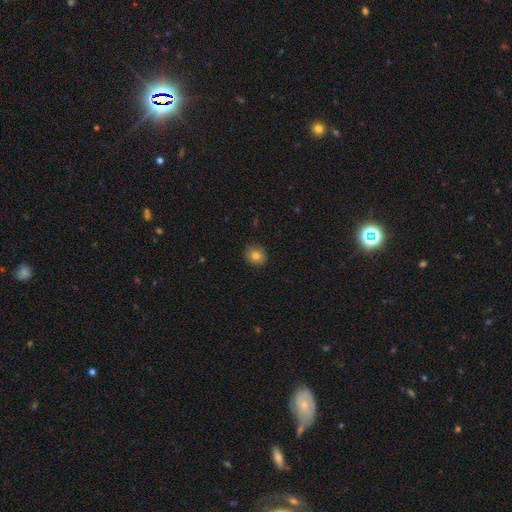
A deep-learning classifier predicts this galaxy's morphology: The model was most divided on "how rounded": round: 72%, in between: 27%, cigar-shaped: 1%. More confident: merging — none (86%); smooth or featured — smooth (82%).